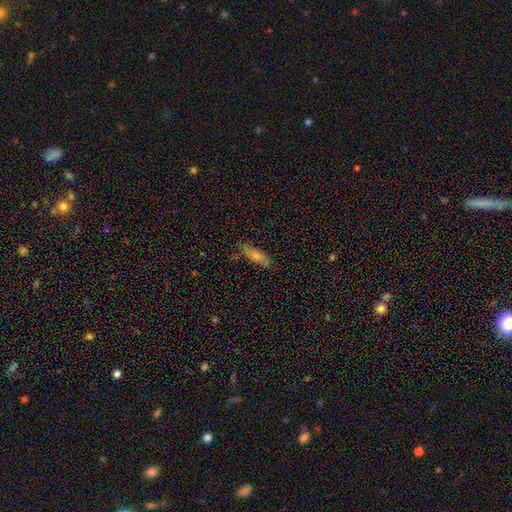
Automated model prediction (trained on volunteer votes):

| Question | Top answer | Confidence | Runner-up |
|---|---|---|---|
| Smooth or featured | smooth | 54% | featured or disk (34%) |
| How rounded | cigar-shaped | 57% | in between (40%) |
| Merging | none | 81% | minor disturbance (14%) |